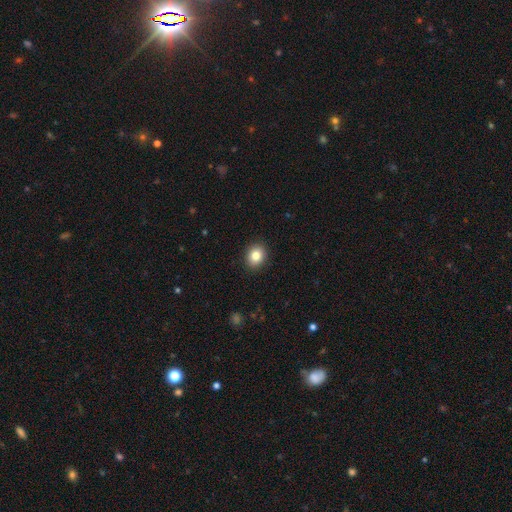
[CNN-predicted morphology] A smooth galaxy with no disk features (84%) that is round (56%).

Vote fractions:
- Smooth or featured? smooth: 84% / star or artifact: 10% / featured or disk: 7%
- How rounded? round: 56% / in between: 43% / cigar-shaped: 1%
- Merging? none: 91% / minor disturbance: 6% / major disturbance: 2% / merger: 1%